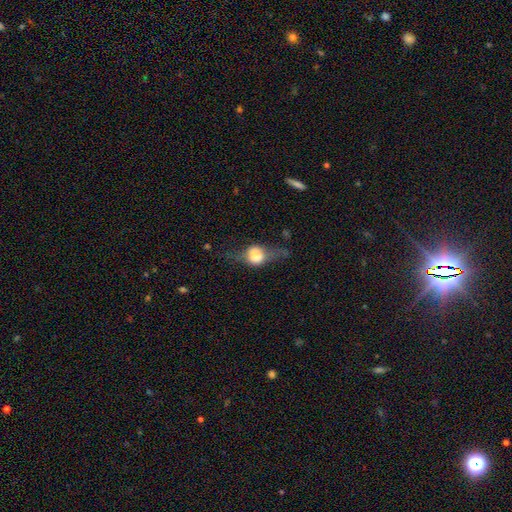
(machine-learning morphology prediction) A smooth galaxy with no disk features (50%). Merging: none (42%).